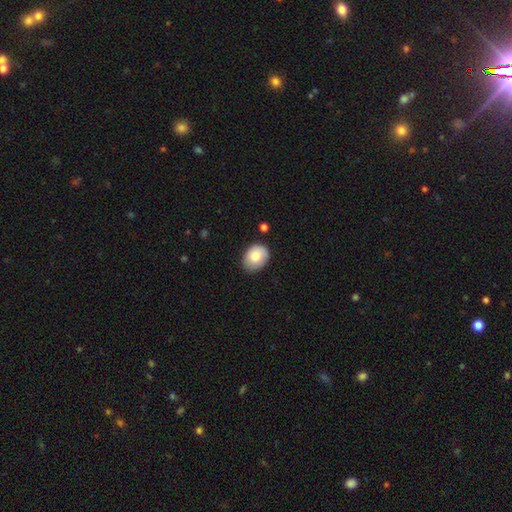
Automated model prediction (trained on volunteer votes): A smooth galaxy with no disk features (82%) that is in between round and cigar-shaped (68%). Merging: none (77%).